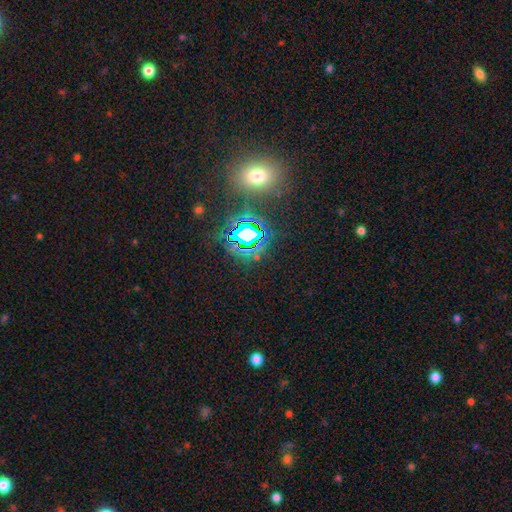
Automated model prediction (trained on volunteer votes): star or artifact 76%, smooth 16%, featured or disk 9%.